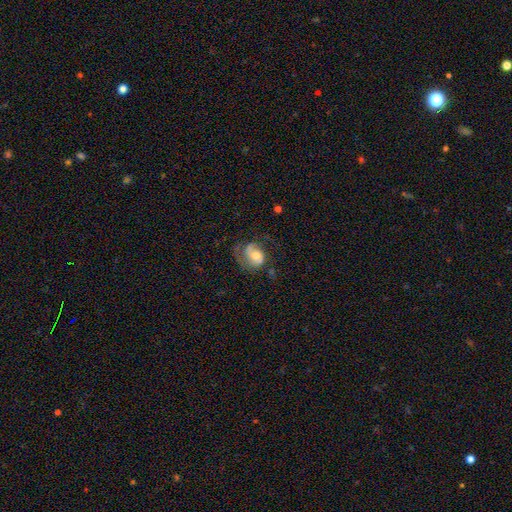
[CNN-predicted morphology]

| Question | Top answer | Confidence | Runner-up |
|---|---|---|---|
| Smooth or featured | featured or disk | 62% | smooth (30%) |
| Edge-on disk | no | 97% | yes (3%) |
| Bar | no | 66% | weak (27%) |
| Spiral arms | yes | 83% | no (17%) |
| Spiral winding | medium | 42% | loose (30%) |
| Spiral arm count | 2 | 47% | 1 (39%) |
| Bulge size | moderate | 65% | small (23%) |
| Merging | none | 44% | major disturbance (29%) |